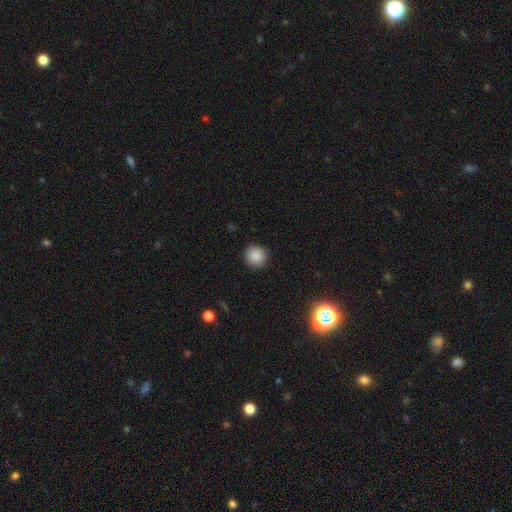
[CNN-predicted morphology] Smooth or featured: smooth — 86% (star or artifact — 10%)
How rounded: round — 93% (in between — 6%)
Merging: none — 91% (minor disturbance — 6%)